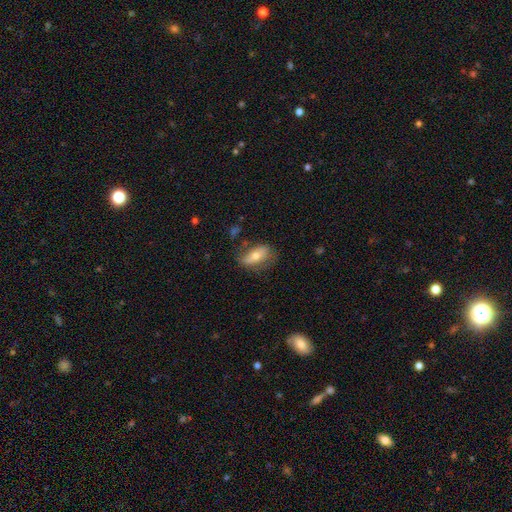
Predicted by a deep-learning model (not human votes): Morphology: type=smooth (56%); roundness=in between (86%); merging=none (61%).